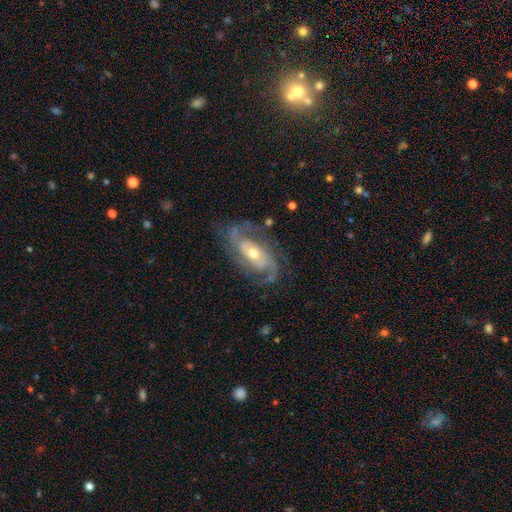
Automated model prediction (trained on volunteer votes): This appears to be a featured or disk galaxy (88%) with no bar (50%), 2 (61%) medium (45%) spiral arms (98%) and a moderate central bulge (58%). Merging: none (78%).